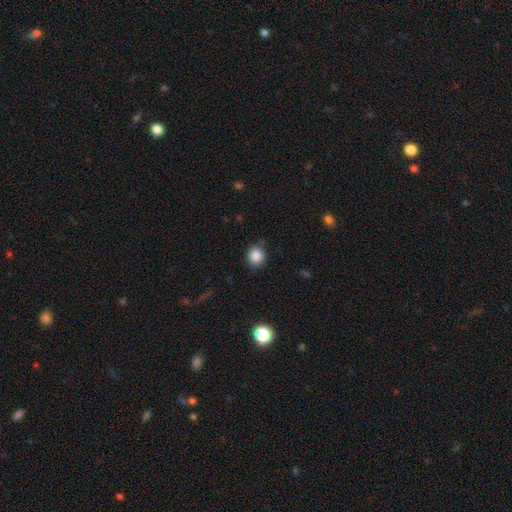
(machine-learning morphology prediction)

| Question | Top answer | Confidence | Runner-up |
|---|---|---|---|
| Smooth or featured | smooth | 86% | star or artifact (10%) |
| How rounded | round | 74% | in between (25%) |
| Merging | none | 76% | minor disturbance (19%) |